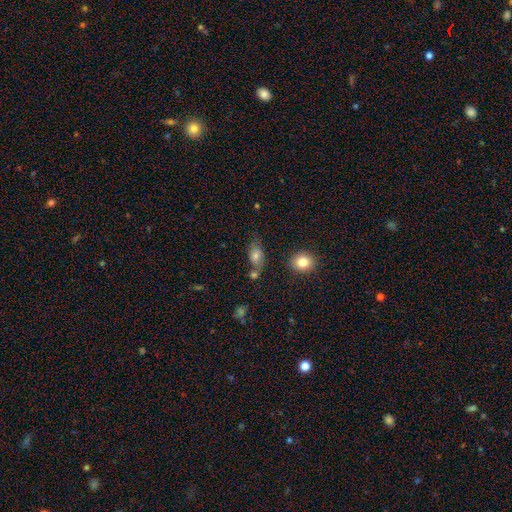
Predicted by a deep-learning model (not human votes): Q: Smooth or featured?
A: smooth (73%); runner-up: featured or disk (15%)
Q: How rounded?
A: in between (83%); runner-up: round (12%)
Q: Merging?
A: none (60%); runner-up: minor disturbance (20%)